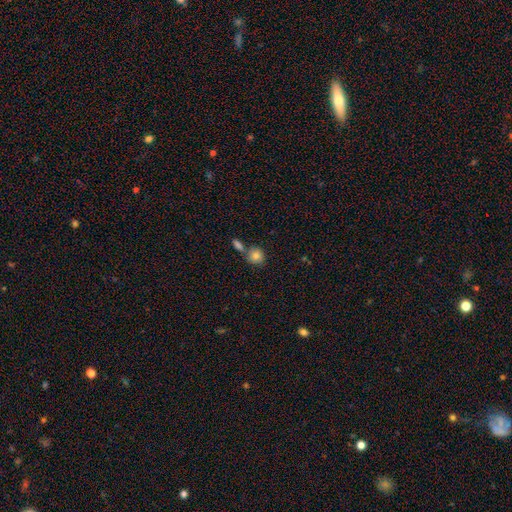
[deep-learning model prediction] Smooth or featured?
  - smooth: 82% *
  - star or artifact: 9%
  - featured or disk: 9%
How rounded?
  - round: 83% *
  - in between: 16%
  - cigar-shaped: 1%
Merging?
  - none: 60% *
  - merger: 26%
  - minor disturbance: 11%
  - major disturbance: 3%